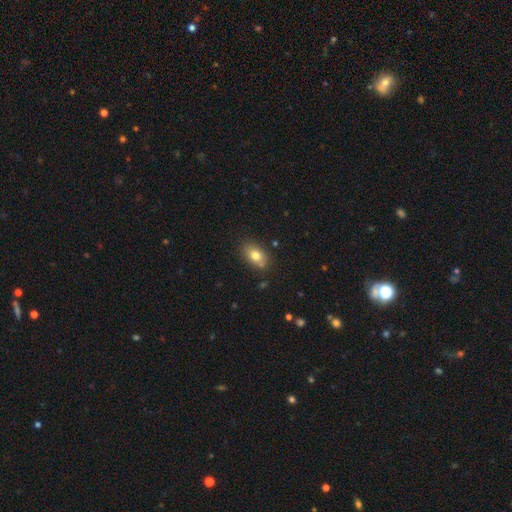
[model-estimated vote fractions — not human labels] A smooth galaxy with no disk features (78%) that is in between round and cigar-shaped (85%).

Vote fractions:
- Smooth or featured? smooth: 78% / featured or disk: 13% / star or artifact: 9%
- How rounded? in between: 85% / round: 13% / cigar-shaped: 2%
- Merging? none: 79% / minor disturbance: 14% / merger: 4% / major disturbance: 3%